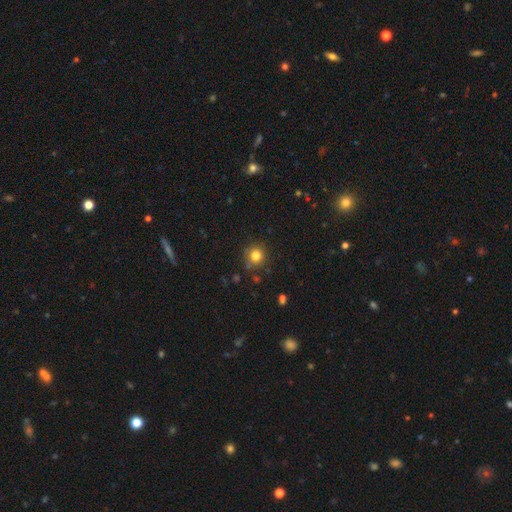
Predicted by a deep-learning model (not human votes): Smooth or featured?
  - smooth: 81% *
  - star or artifact: 12%
  - featured or disk: 7%
How rounded?
  - round: 89% *
  - in between: 10%
  - cigar-shaped: 1%
Merging?
  - none: 82% *
  - minor disturbance: 11%
  - merger: 4%
  - major disturbance: 3%